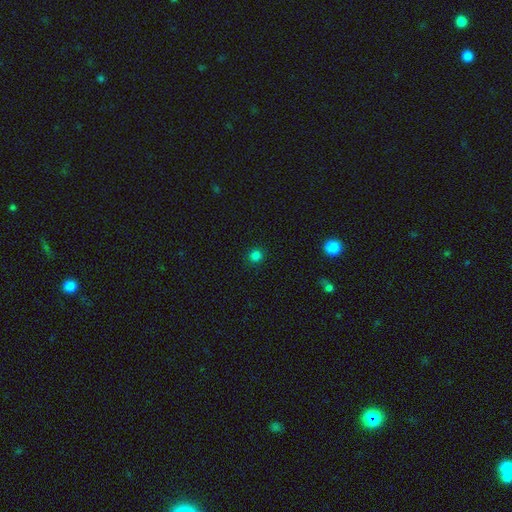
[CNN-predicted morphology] The model was most divided on "smooth or featured": smooth: 80%, star or artifact: 16%, featured or disk: 4%. More confident: merging — none (92%); how rounded — round (92%).